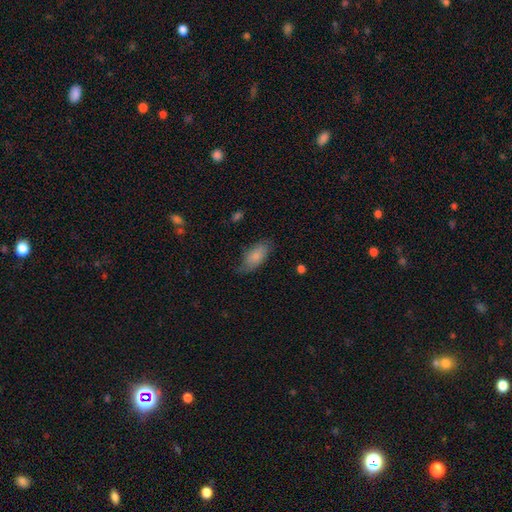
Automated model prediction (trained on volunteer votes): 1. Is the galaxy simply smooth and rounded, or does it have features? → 79% smooth, 14% featured or disk, 6% star or artifact.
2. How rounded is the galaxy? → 89% in between, 8% cigar-shaped, 3% round.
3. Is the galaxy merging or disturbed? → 65% none, 27% minor disturbance, 7% major disturbance, 1% merger.